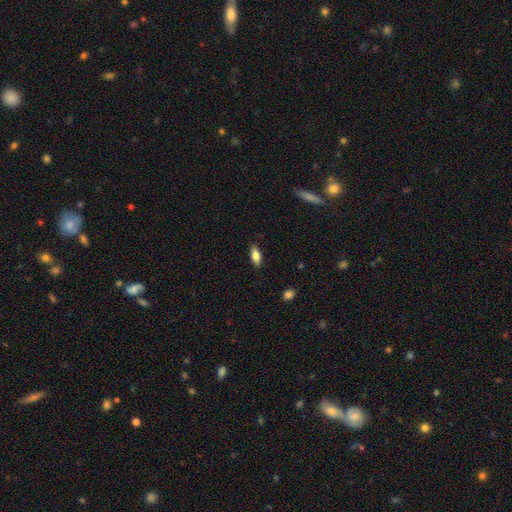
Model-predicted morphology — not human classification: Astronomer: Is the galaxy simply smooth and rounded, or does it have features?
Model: smooth — 80%.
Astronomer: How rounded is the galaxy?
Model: in between — 80%.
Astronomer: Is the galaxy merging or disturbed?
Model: none — 86%.